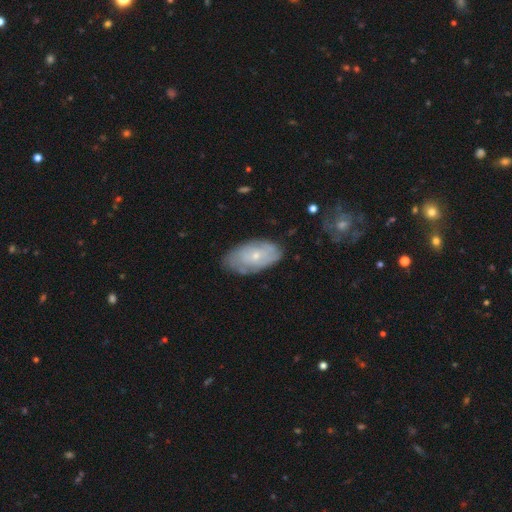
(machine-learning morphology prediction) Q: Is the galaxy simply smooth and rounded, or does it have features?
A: featured or disk — 54%.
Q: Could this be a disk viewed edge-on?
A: no — 92%.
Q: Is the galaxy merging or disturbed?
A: none — 72%.